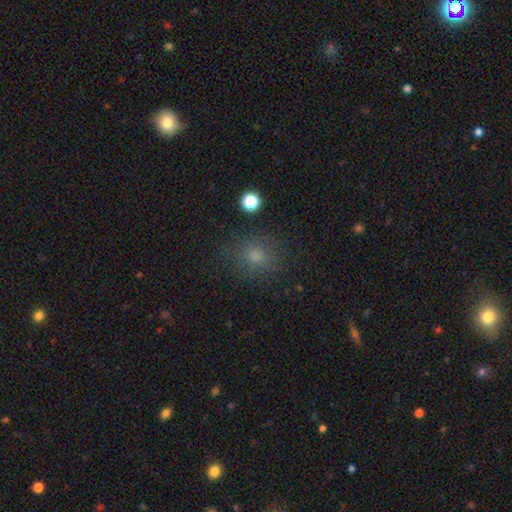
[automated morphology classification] Smooth or featured?
  - smooth: 74% *
  - star or artifact: 17%
  - featured or disk: 8%
How rounded?
  - round: 70% *
  - in between: 29%
  - cigar-shaped: 1%
Merging?
  - none: 81% *
  - minor disturbance: 12%
  - major disturbance: 5%
  - merger: 2%